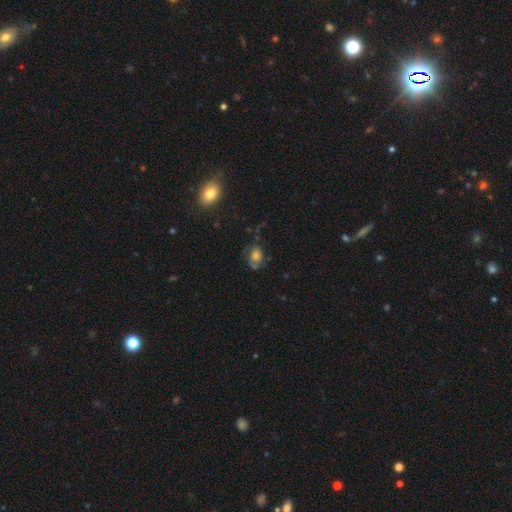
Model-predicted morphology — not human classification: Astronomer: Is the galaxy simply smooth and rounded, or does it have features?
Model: smooth — 57%.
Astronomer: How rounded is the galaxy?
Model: in between — 69%.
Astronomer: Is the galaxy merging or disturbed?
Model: none — 53%.